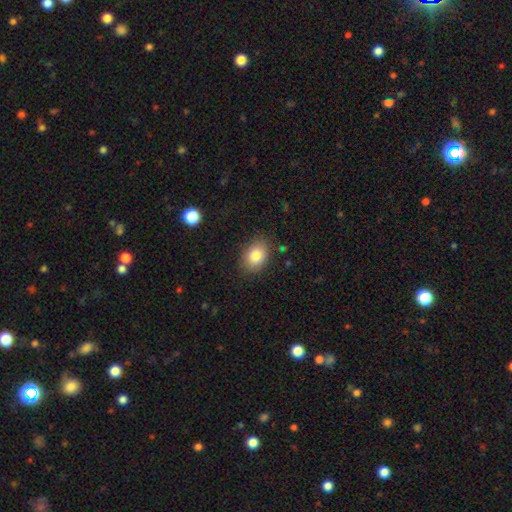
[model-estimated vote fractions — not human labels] This is clearly a smooth galaxy (82%). How rounded: likely in between (70%). Merging: clearly none (84%).